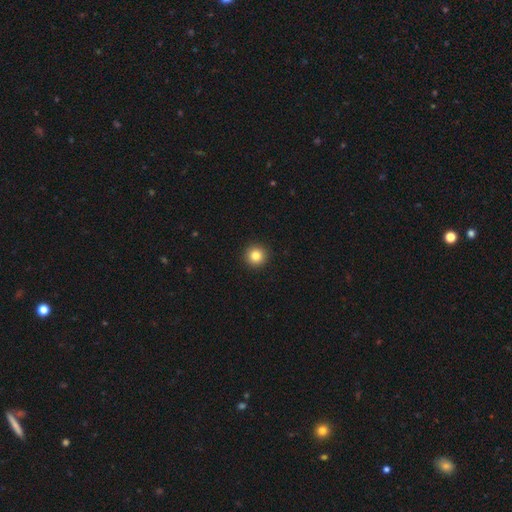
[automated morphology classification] Overall: smooth (83%). How rounded: round (96%). Merging: none (94%).